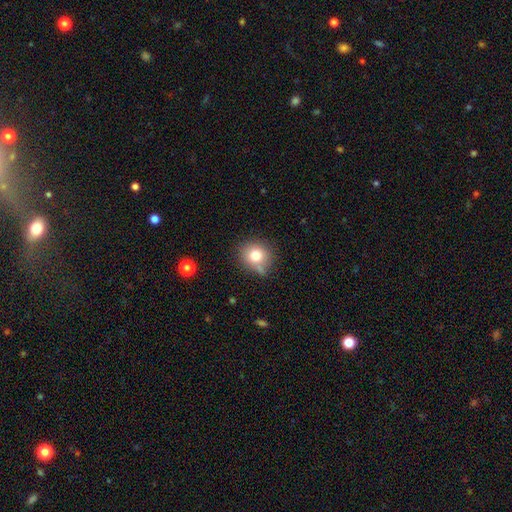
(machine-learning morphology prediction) Smooth or featured? smooth (78%)
How rounded? round (80%)
Merging? none (69%)